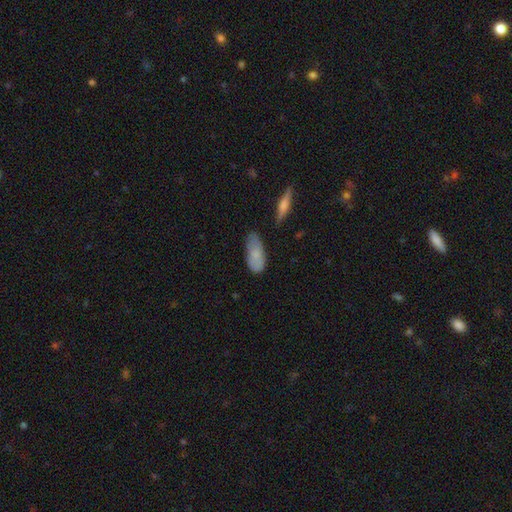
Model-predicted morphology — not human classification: Overall: smooth (78%). How rounded: in between (86%). Merging: none (56%; minor disturbance 33%).